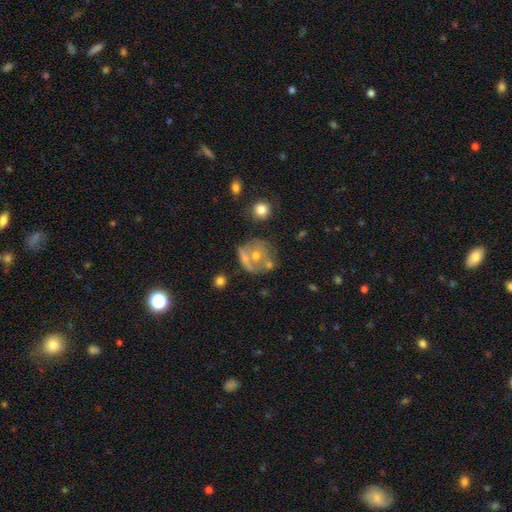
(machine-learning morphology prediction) This appears to be a featured or disk galaxy (45%). Merging: none (44%).